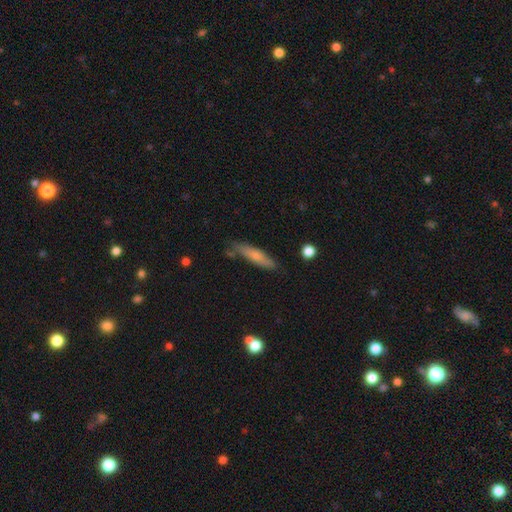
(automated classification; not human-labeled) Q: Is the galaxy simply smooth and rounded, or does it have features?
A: smooth — 67%.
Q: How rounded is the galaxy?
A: cigar-shaped — 80%.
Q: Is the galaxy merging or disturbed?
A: none — 73%.